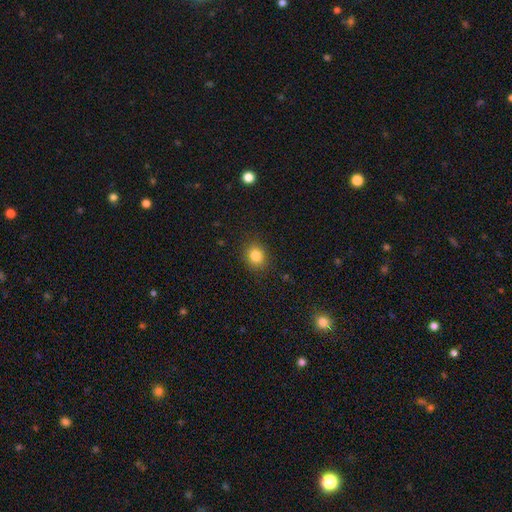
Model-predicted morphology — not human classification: Smooth or featured?
  - smooth: 83% *
  - star or artifact: 11%
  - featured or disk: 5%
How rounded?
  - round: 74% *
  - in between: 25%
  - cigar-shaped: 1%
Merging?
  - none: 87% *
  - minor disturbance: 9%
  - major disturbance: 3%
  - merger: 1%